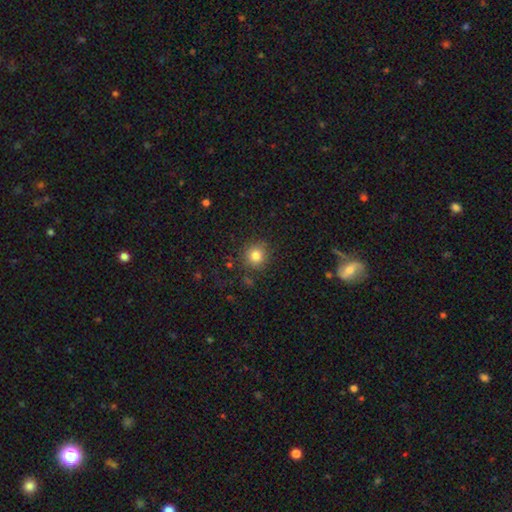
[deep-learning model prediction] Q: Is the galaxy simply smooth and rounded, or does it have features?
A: smooth — 82%.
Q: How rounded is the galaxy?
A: round — 92%.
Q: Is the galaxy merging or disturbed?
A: none — 85%.